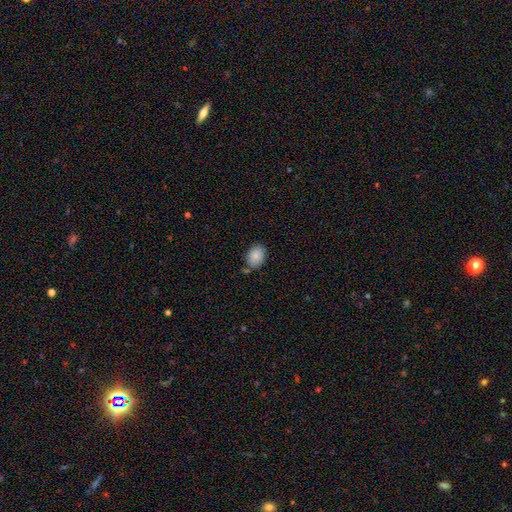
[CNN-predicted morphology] The model was most divided on "merging": none: 71%, minor disturbance: 18%, merger: 8%, major disturbance: 4%. More confident: smooth or featured — smooth (85%); how rounded — in between (78%).